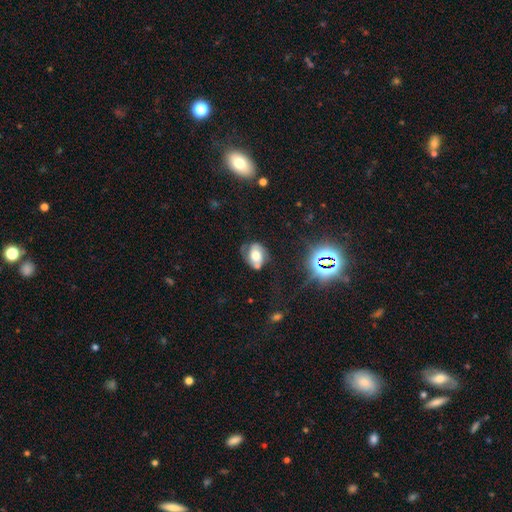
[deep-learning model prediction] smooth-or-featured: featured or disk: 53% | smooth: 33% | star or artifact: 14%
  disk-edge-on: no: 95% | yes: 5%
    bar: no: 59% | weak: 26% | strong: 15%
    has-spiral-arms: yes: 76% | no: 24%
    bulge-size: moderate: 51% | large: 28% | small: 12% | dominant: 5% | none: 3%
  merging: none: 53% | minor disturbance: 27% | major disturbance: 14% | merger: 6%